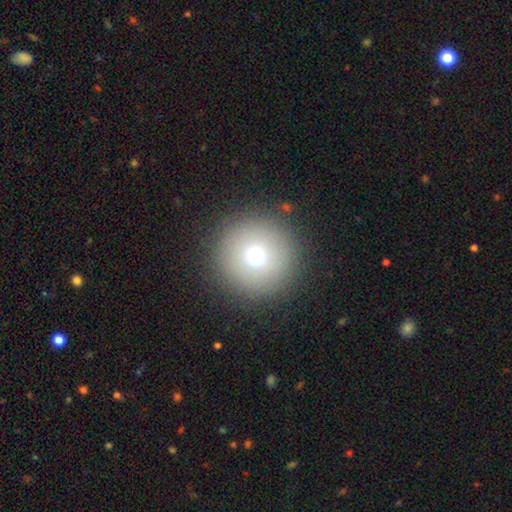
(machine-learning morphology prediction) type=smooth (71%); roundness=round (97%); merging=none (91%).